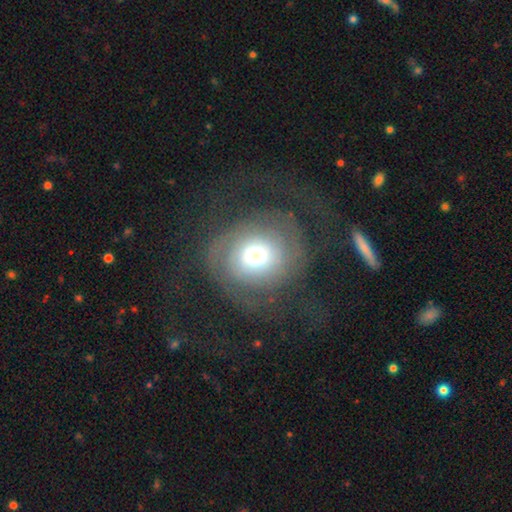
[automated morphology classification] The model was most divided on "merging": none: 57%, major disturbance: 26%, minor disturbance: 15%, merger: 2%. More confident: edge-on disk — no (97%); spiral arms — yes (80%); bar — no (77%); smooth or featured — featured or disk (64%); bulge size — moderate (58%).